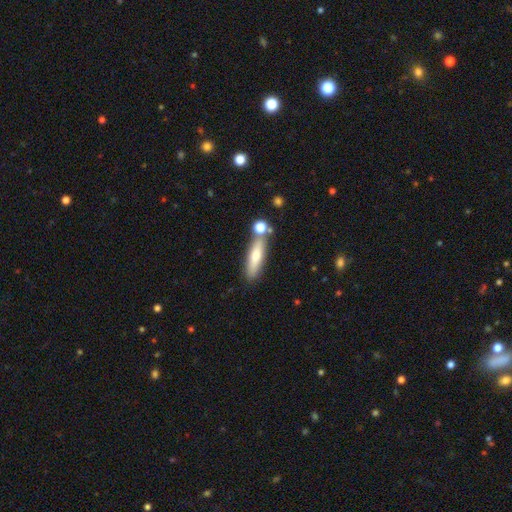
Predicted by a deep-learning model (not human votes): The model was most divided on "smooth or featured": smooth: 61%, featured or disk: 31%, star or artifact: 7%. More confident: merging — none (74%); how rounded — cigar-shaped (72%).